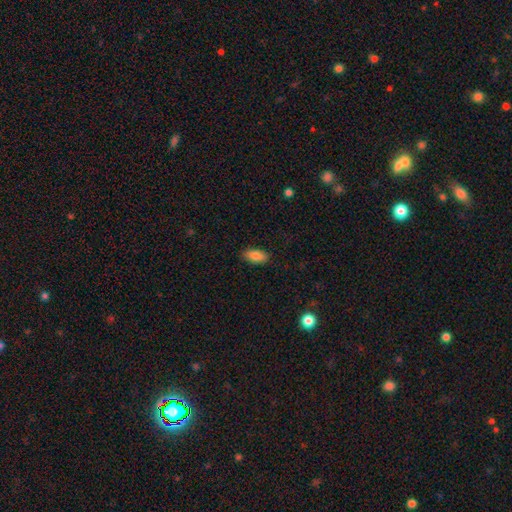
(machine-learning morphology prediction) type=smooth (85%); roundness=in between (89%); merging=none (88%).